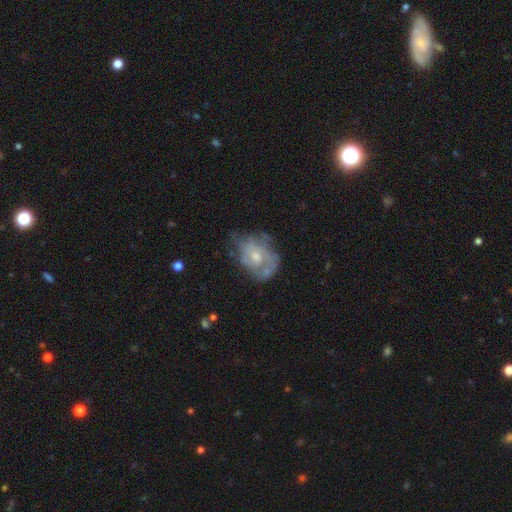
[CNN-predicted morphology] The model was most divided on "spiral arms": yes: 51%, no: 49%. Remaining: edge-on disk — no (97%); bar — no (83%); smooth or featured — featured or disk (62%); bulge size — moderate (53%); merging — none (43%).